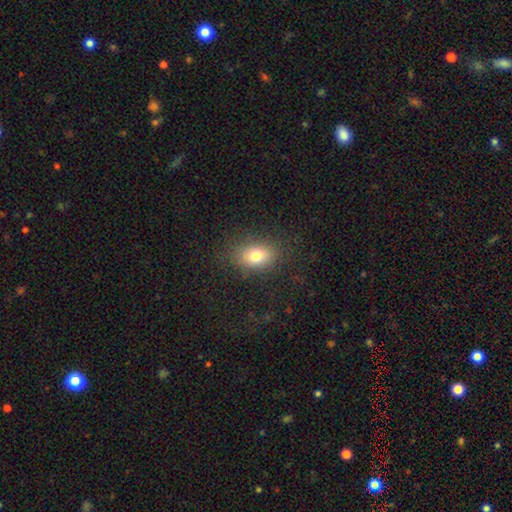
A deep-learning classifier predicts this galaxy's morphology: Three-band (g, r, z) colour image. It shows a smooth galaxy with no disk features (77%) that is in between round and cigar-shaped (74%). Merging: none (83%).